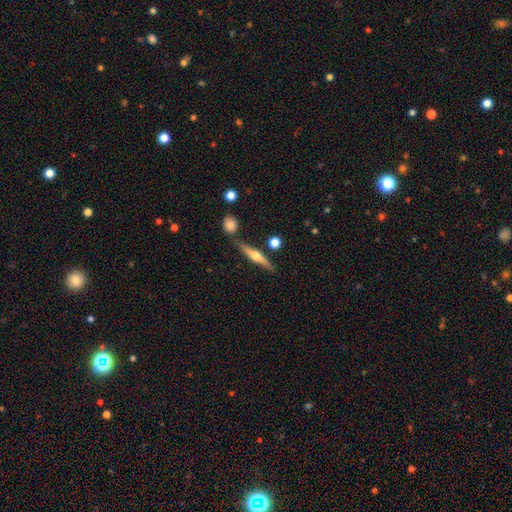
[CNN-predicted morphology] Q: Smooth or featured?
A: featured or disk (64%); runner-up: smooth (30%)
Q: Edge-on disk?
A: yes (96%); runner-up: no (4%)
Q: Edge-on bulge?
A: rounded (92%); runner-up: none (4%)
Q: Merging?
A: none (80%); runner-up: minor disturbance (10%)